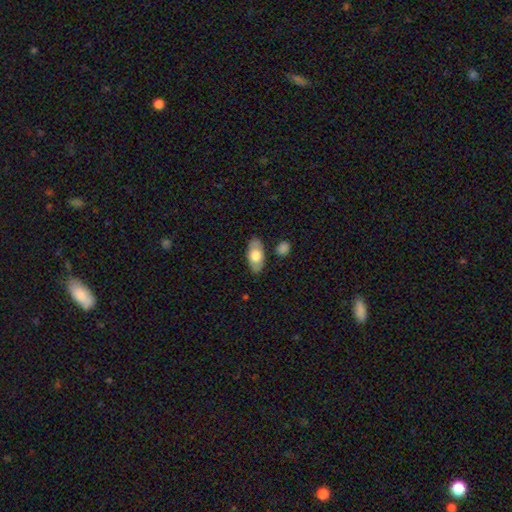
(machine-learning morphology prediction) type=smooth (66%); roundness=in between (91%); merging=none (83%).